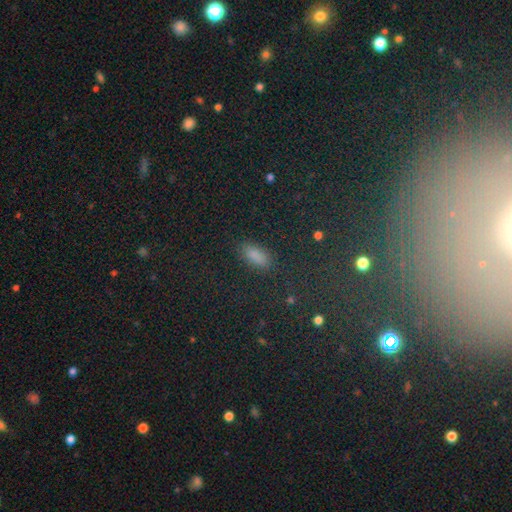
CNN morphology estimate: The model was most divided on "smooth or featured": smooth: 81%, star or artifact: 14%, featured or disk: 6%. More confident: how rounded — in between (86%); merging — none (83%).